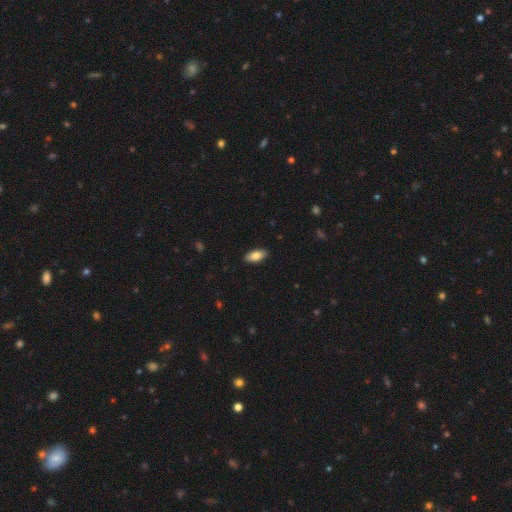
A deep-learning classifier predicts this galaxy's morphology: Smooth or featured? smooth (83%)
How rounded? in between (89%)
Merging? none (90%)